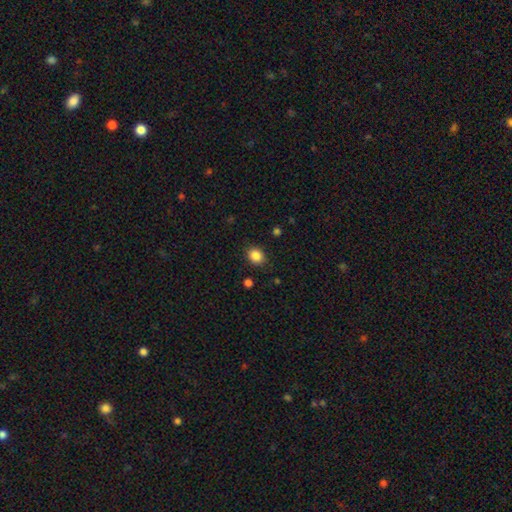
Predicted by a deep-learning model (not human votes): A smooth galaxy with no disk features (86%) that is round (64%).

Vote fractions:
- Smooth or featured? smooth: 86% / star or artifact: 10% / featured or disk: 4%
- How rounded? round: 64% / in between: 35% / cigar-shaped: 1%
- Merging? none: 87% / minor disturbance: 9% / major disturbance: 2% / merger: 1%